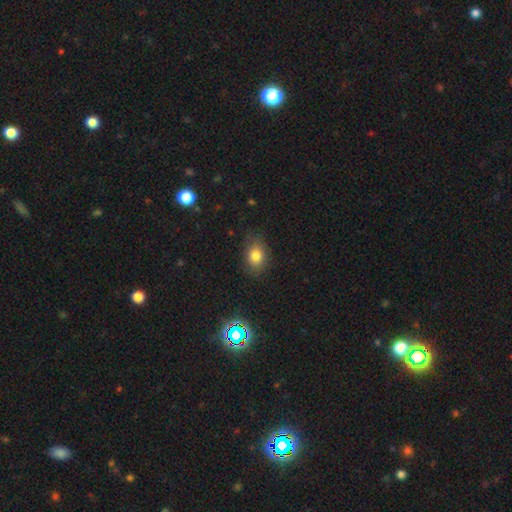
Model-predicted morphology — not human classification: Overall: smooth (80%). How rounded: in between (65%; round 33%). Merging: none (79%).